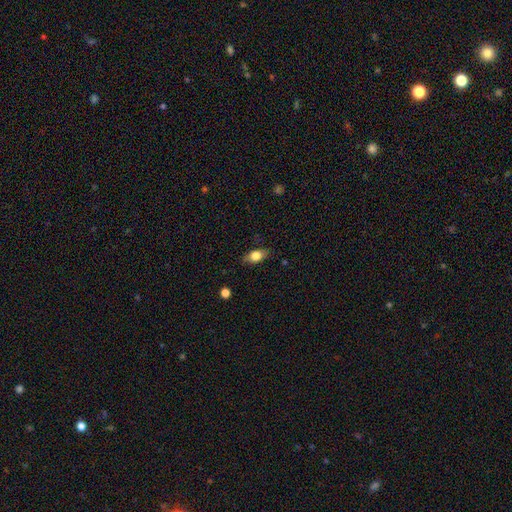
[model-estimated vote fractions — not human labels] A smooth galaxy with no disk features (73%) that is in between round and cigar-shaped (81%).

Vote fractions:
- Smooth or featured? smooth: 73% / featured or disk: 19% / star or artifact: 8%
- How rounded? in between: 81% / round: 11% / cigar-shaped: 8%
- Merging? none: 80% / minor disturbance: 15% / major disturbance: 3% / merger: 1%